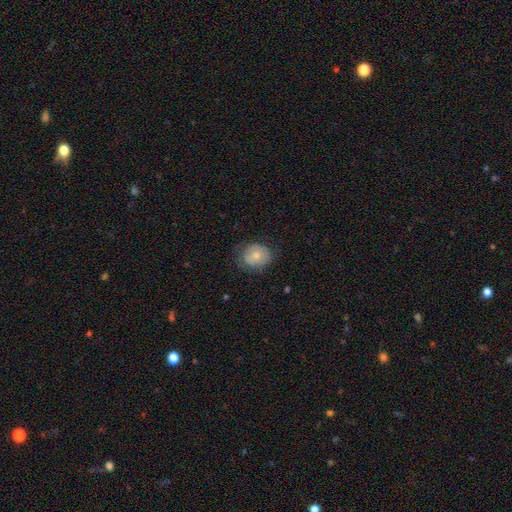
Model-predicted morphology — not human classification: Smooth or featured? Predicted: smooth (p=0.70). How rounded? Predicted: round (p=0.60). Merging? Predicted: none (p=0.66).